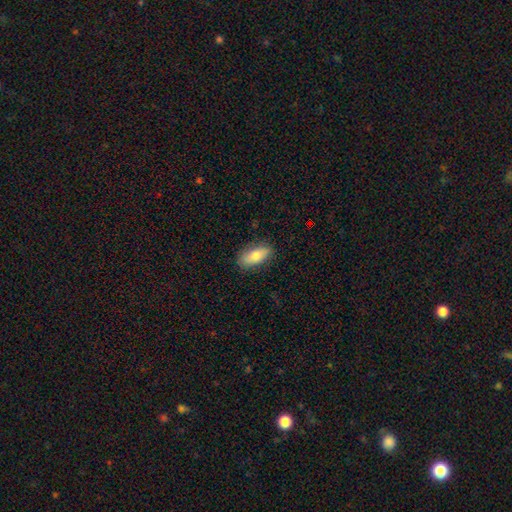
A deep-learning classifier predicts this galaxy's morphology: This is likely a smooth galaxy (78%). How rounded: clearly in between (86%). Merging: clearly none (84%).